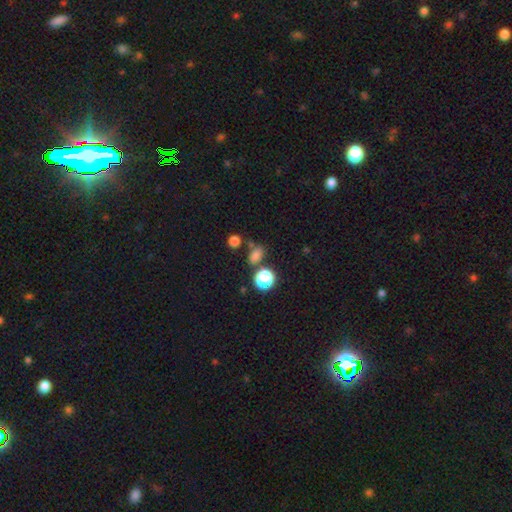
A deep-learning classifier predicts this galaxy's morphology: Smooth or featured?
  - smooth: 71% *
  - star or artifact: 23%
  - featured or disk: 6%
How rounded?
  - in between: 58% *
  - round: 40%
  - cigar-shaped: 2%
Merging?
  - none: 66% *
  - merger: 15%
  - minor disturbance: 13%
  - major disturbance: 5%